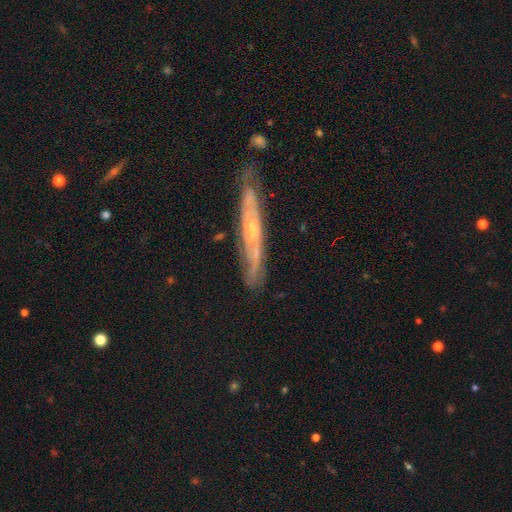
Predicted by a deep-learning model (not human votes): This is likely a featured or disk galaxy (76%). It is possibly viewed edge-on (52%). Merging: likely none (71%).